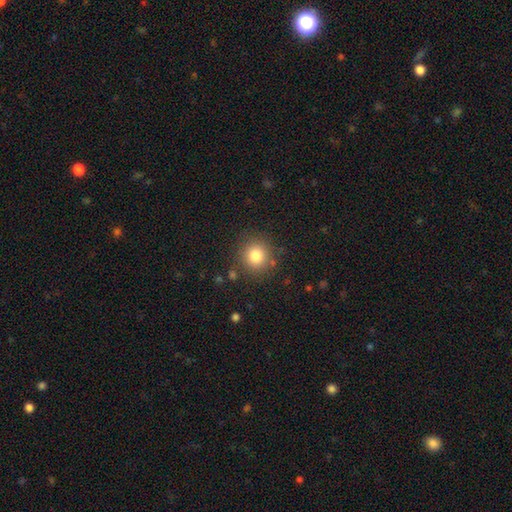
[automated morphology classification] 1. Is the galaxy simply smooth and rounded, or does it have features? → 81% smooth, 12% star or artifact, 7% featured or disk.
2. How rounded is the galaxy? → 91% round, 8% in between, 1% cigar-shaped.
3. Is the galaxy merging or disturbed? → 86% none, 8% minor disturbance, 3% major disturbance, 3% merger.